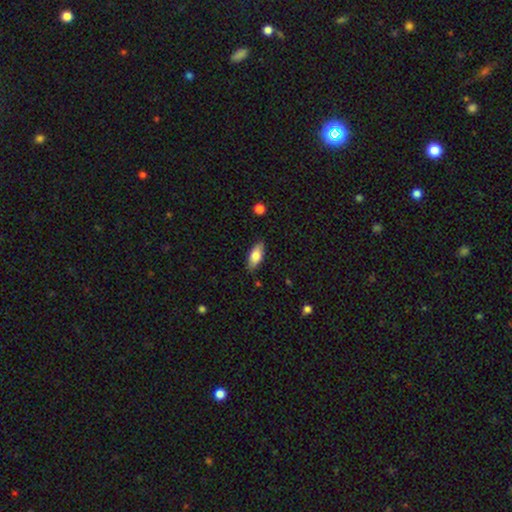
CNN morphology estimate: This is likely a smooth galaxy (77%). How rounded: clearly in between (85%). Merging: clearly none (85%).